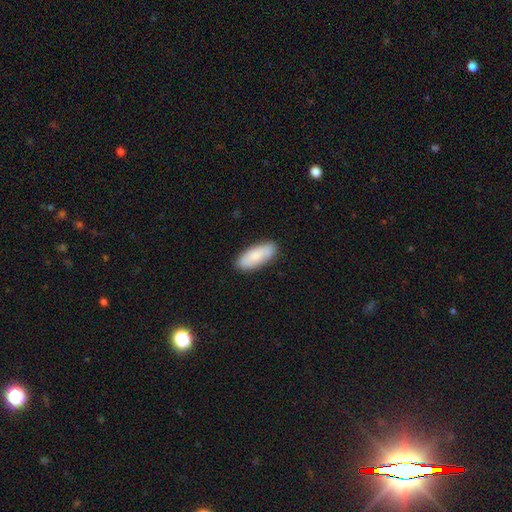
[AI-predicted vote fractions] smooth 82%, featured or disk 13%, star or artifact 5%. Down the decision tree: how rounded — in between (80%); merging — none (86%).